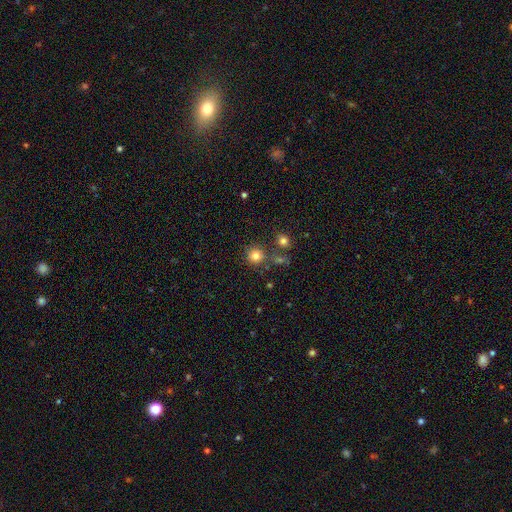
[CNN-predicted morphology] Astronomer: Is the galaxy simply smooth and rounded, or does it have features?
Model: smooth — 80%.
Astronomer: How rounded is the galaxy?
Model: round — 92%.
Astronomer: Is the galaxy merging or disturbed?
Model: none — 78%.